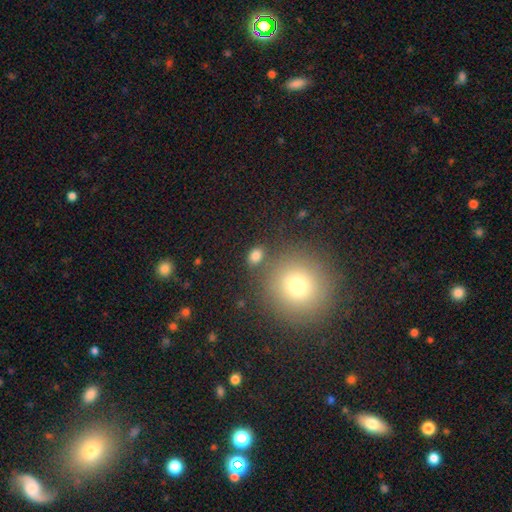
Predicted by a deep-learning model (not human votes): Morphology: type=smooth (80%); roundness=in between (64%); merging=none (78%).